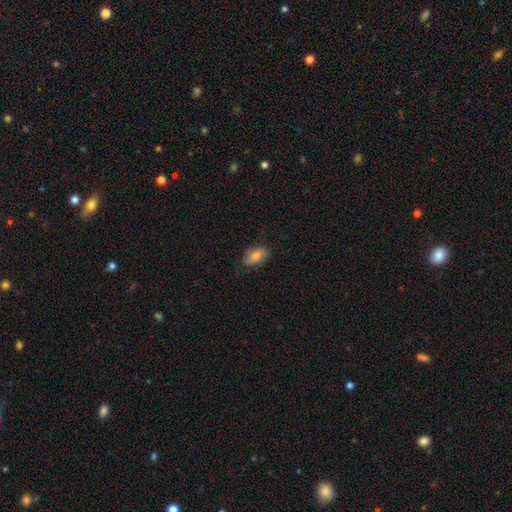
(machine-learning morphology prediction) type=smooth (71%); roundness=in between (88%); merging=none (75%).